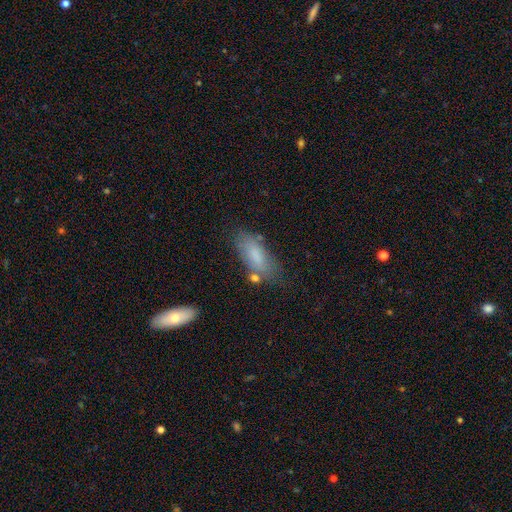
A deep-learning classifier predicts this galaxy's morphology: Smooth or featured?
  - smooth: 76% *
  - featured or disk: 16%
  - star or artifact: 7%
How rounded?
  - in between: 77% *
  - cigar-shaped: 20%
  - round: 2%
Merging?
  - none: 65% *
  - minor disturbance: 22%
  - merger: 7%
  - major disturbance: 6%